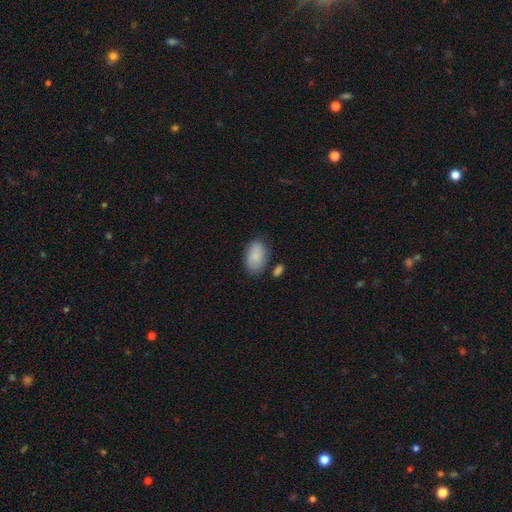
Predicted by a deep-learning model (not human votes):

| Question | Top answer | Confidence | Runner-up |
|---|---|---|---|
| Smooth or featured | smooth | 88% | featured or disk (6%) |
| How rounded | in between | 93% | round (6%) |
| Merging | none | 76% | minor disturbance (15%) |